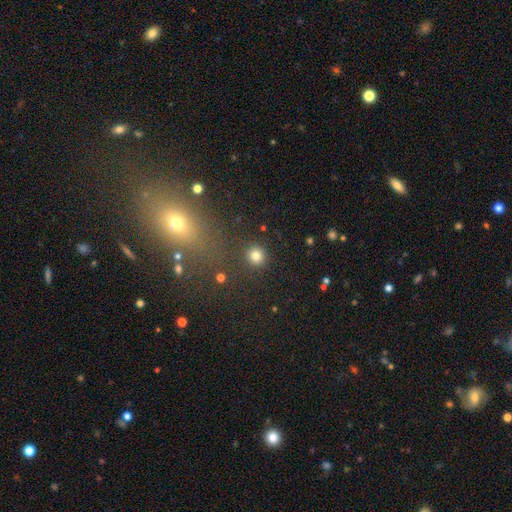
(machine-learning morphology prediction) Smooth or featured? smooth (82%)
How rounded? round (89%)
Merging? none (89%)